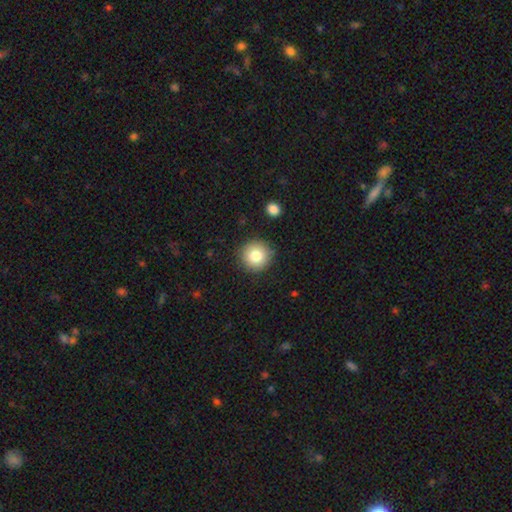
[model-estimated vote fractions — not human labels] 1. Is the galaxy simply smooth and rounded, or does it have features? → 80% smooth, 10% star or artifact, 10% featured or disk.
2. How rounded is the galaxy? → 94% round, 5% in between, 1% cigar-shaped.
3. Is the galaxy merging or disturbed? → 88% none, 8% minor disturbance, 2% major disturbance, 2% merger.